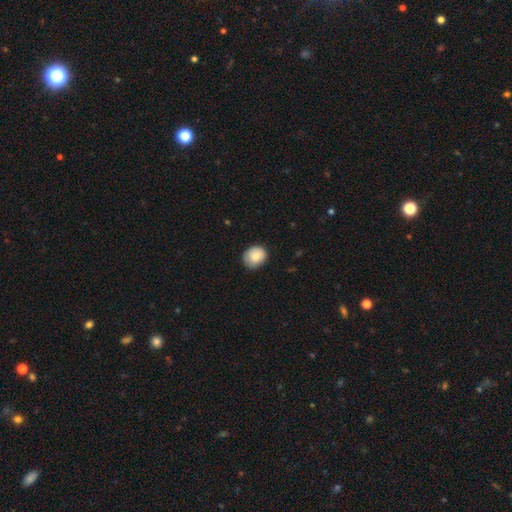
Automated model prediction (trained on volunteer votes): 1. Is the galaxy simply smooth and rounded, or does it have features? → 85% smooth, 8% featured or disk, 7% star or artifact.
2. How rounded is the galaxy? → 68% round, 31% in between, 1% cigar-shaped.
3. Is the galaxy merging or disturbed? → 76% none, 20% minor disturbance, 3% major disturbance, 1% merger.